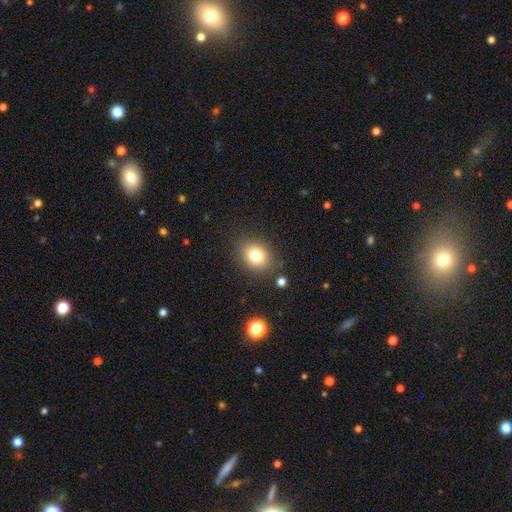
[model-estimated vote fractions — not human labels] Smooth or featured?
  - smooth: 79% *
  - star or artifact: 11%
  - featured or disk: 9%
How rounded?
  - round: 52% *
  - in between: 47%
  - cigar-shaped: 1%
Merging?
  - none: 83% *
  - minor disturbance: 11%
  - major disturbance: 4%
  - merger: 3%